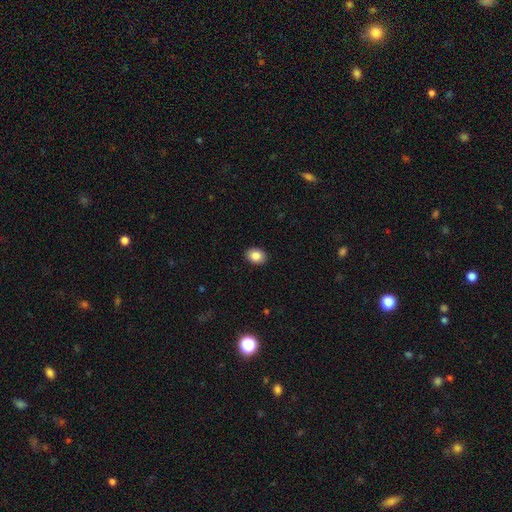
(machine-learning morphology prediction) Smooth or featured? smooth (86%)
How rounded? in between (72%)
Merging? none (91%)